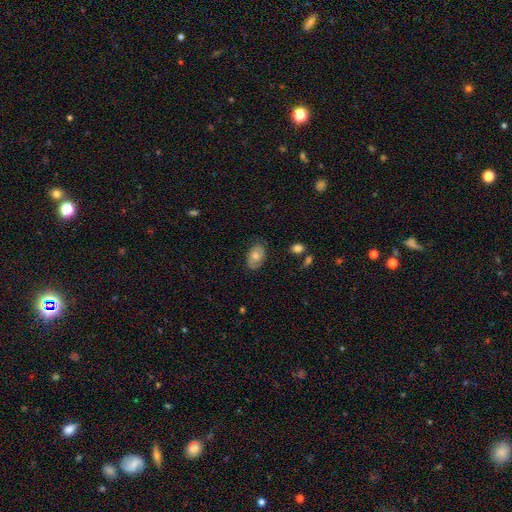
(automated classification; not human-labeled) This is possibly a smooth galaxy (58%). How rounded: clearly in between (89%). Merging: likely none (75%).